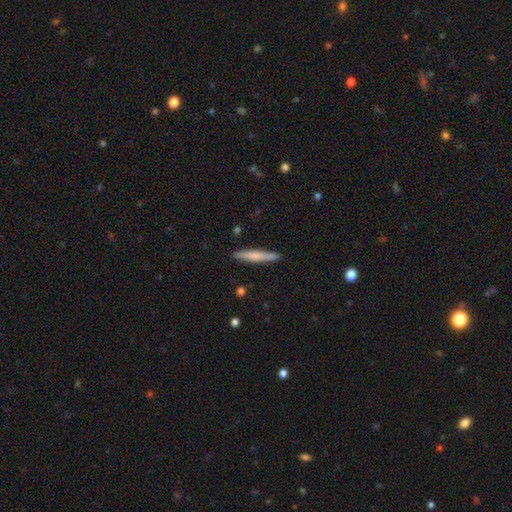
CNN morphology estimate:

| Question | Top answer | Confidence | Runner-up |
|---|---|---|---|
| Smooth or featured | smooth | 60% | featured or disk (35%) |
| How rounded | cigar-shaped | 95% | in between (4%) |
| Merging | none | 90% | minor disturbance (7%) |